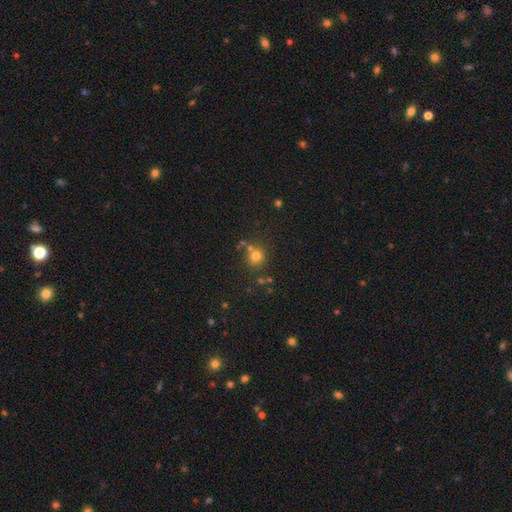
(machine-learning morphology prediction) A smooth galaxy with no disk features (73%) that is round (88%).

Vote fractions:
- Smooth or featured? smooth: 73% / star or artifact: 18% / featured or disk: 9%
- How rounded? round: 88% / in between: 11% / cigar-shaped: 1%
- Merging? none: 70% / merger: 16% / minor disturbance: 11% / major disturbance: 4%